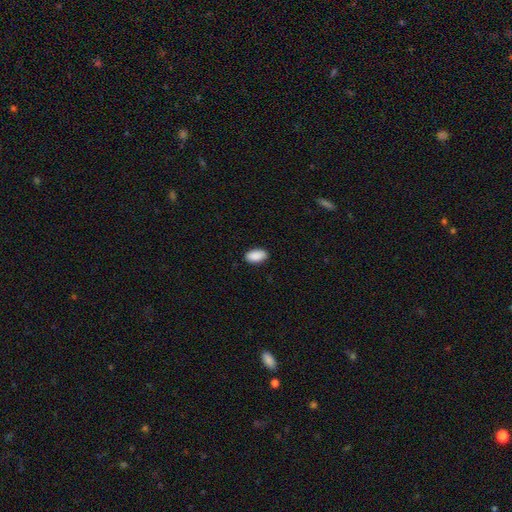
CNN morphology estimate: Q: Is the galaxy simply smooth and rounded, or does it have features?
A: smooth — 91%.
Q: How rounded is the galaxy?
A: in between — 95%.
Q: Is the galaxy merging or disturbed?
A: none — 88%.